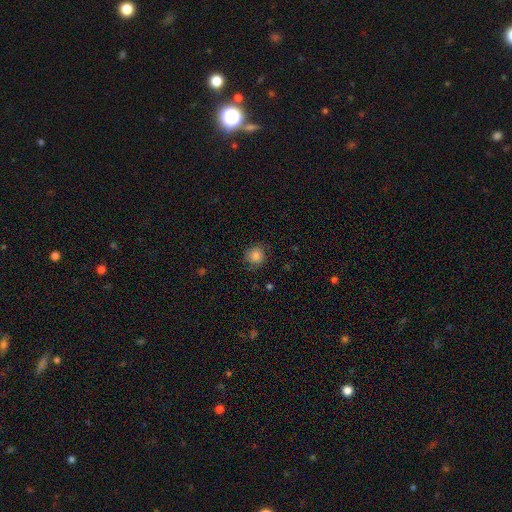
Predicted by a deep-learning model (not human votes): A smooth galaxy with no disk features (80%) that is round (89%). Merging: none (80%).